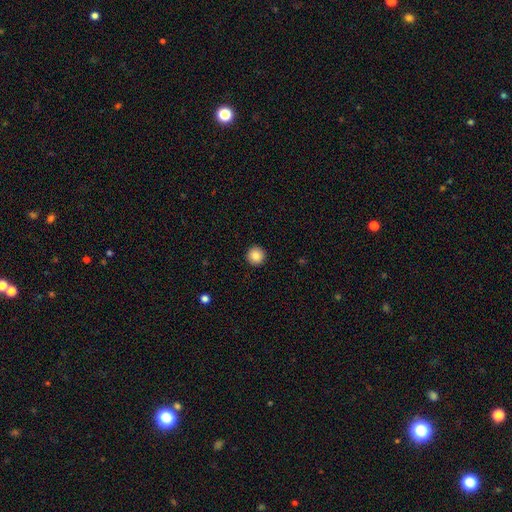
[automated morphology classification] smooth-or-featured: smooth: 87% | star or artifact: 9% | featured or disk: 4%
  how-rounded: round: 96% | in between: 3% | cigar-shaped: 1%
  merging: none: 93% | minor disturbance: 5% | major disturbance: 2% | merger: 1%